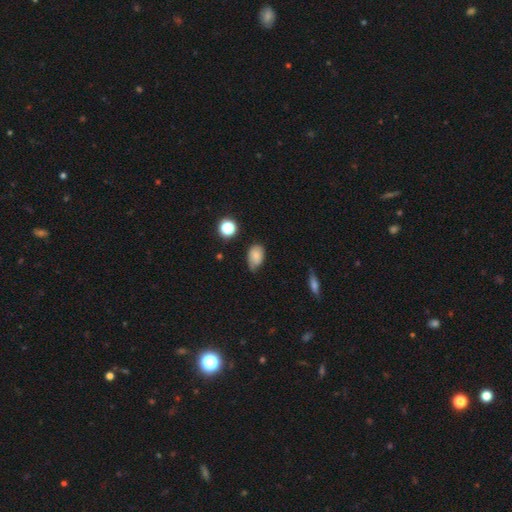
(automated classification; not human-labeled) Smooth or featured?
  - smooth: 78% *
  - featured or disk: 12%
  - star or artifact: 10%
How rounded?
  - in between: 83% *
  - round: 15%
  - cigar-shaped: 1%
Merging?
  - none: 52% *
  - minor disturbance: 39%
  - major disturbance: 7%
  - merger: 2%